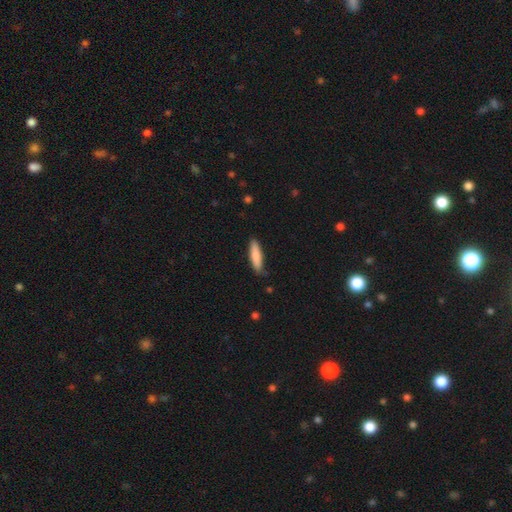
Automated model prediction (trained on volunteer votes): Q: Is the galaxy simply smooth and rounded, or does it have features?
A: smooth — 84%.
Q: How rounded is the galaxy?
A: cigar-shaped — 71%.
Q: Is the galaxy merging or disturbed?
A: none — 81%.